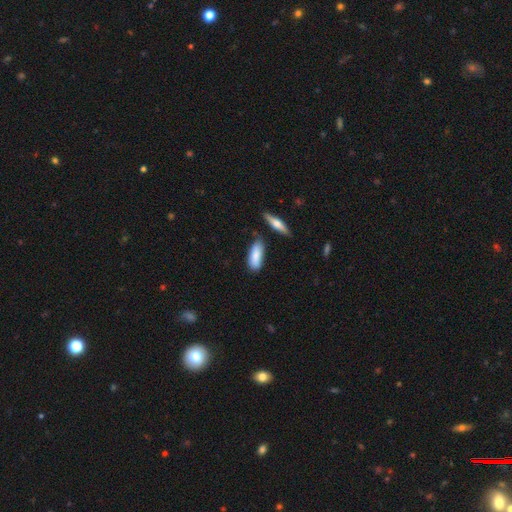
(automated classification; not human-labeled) A smooth galaxy with no disk features (82%) that is in between round and cigar-shaped (68%).

Vote fractions:
- Smooth or featured? smooth: 82% / featured or disk: 13% / star or artifact: 6%
- How rounded? in between: 68% / cigar-shaped: 30% / round: 2%
- Merging? none: 71% / minor disturbance: 19% / merger: 7% / major disturbance: 3%